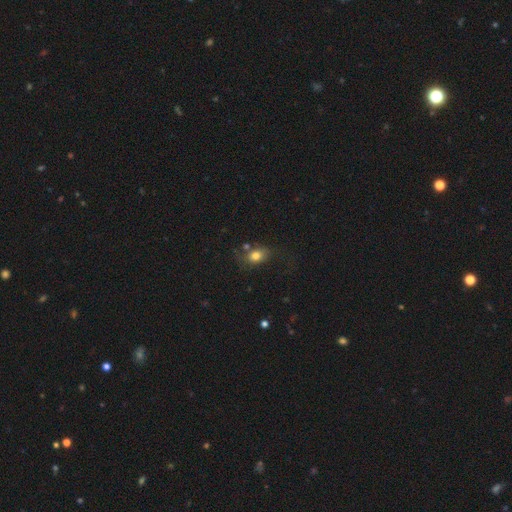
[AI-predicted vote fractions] smooth 77%, featured or disk 13%, star or artifact 11%. Down the decision tree: how rounded — in between (67%); merging — none (56%).